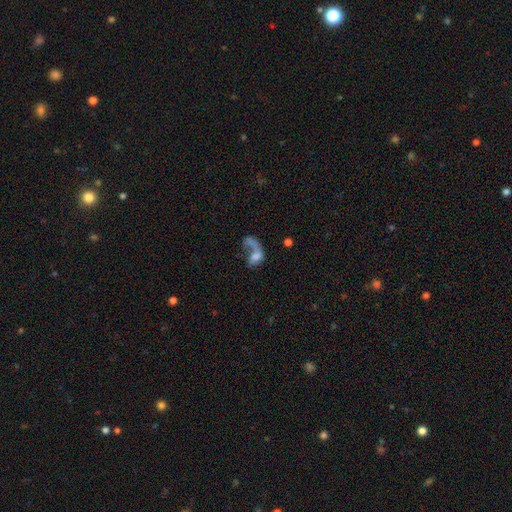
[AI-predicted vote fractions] Smooth or featured? featured or disk (48%)
Merging? major disturbance (39%)